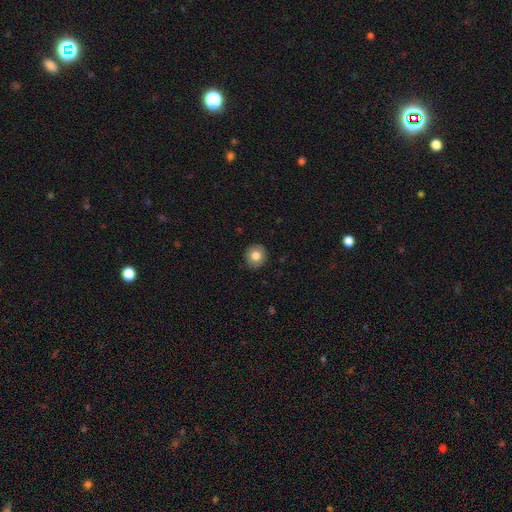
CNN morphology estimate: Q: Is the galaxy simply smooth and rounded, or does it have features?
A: smooth — 81%.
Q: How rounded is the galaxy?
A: round — 87%.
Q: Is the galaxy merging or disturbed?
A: none — 90%.